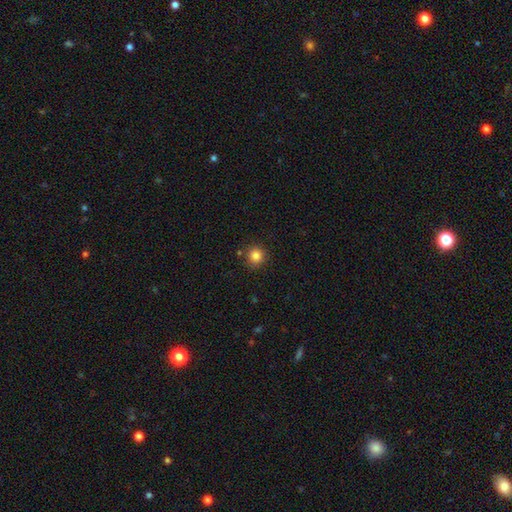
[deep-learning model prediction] Smooth or featured? Predicted: smooth (p=0.84). How rounded? Predicted: round (p=0.93). Merging? Predicted: none (p=0.87).